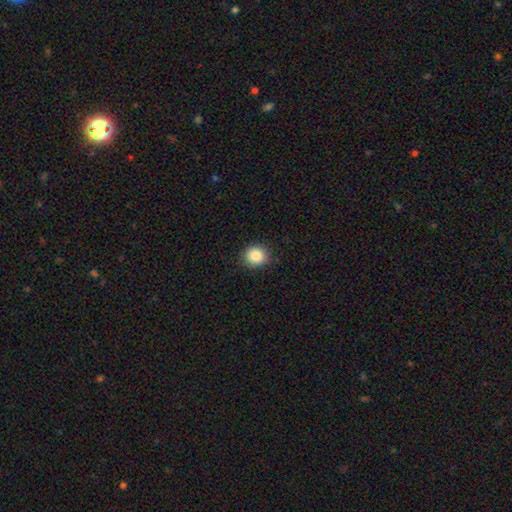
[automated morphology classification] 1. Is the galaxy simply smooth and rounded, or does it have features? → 87% smooth, 9% star or artifact, 4% featured or disk.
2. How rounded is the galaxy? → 83% round, 16% in between, 1% cigar-shaped.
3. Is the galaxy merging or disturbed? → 89% none, 8% minor disturbance, 2% major disturbance, 1% merger.